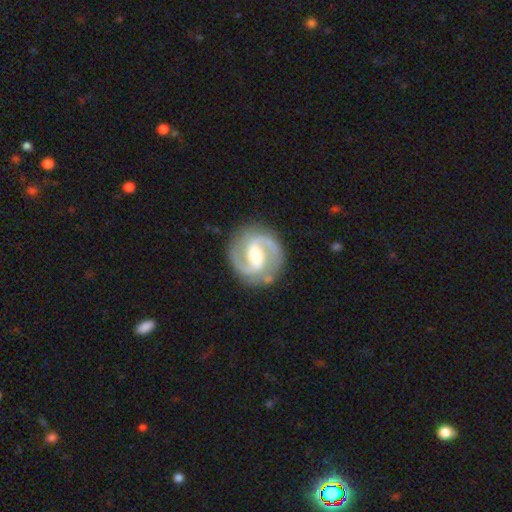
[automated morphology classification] Q: Smooth or featured?
A: featured or disk (91%); runner-up: smooth (5%)
Q: Edge-on disk?
A: no (98%); runner-up: yes (2%)
Q: Bar?
A: weak (42%); runner-up: strong (37%)
Q: Spiral arms?
A: yes (97%); runner-up: no (3%)
Q: Spiral winding?
A: medium (59%); runner-up: tight (29%)
Q: Spiral arm count?
A: 2 (94%); runner-up: can't tell (2%)
Q: Bulge size?
A: moderate (68%); runner-up: small (22%)
Q: Merging?
A: none (86%); runner-up: minor disturbance (9%)